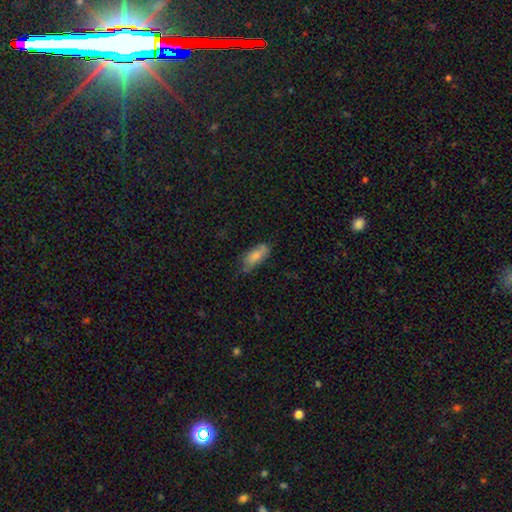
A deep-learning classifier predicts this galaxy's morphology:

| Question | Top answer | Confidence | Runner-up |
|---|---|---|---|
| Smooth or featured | smooth | 74% | featured or disk (19%) |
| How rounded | in between | 83% | cigar-shaped (15%) |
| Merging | none | 55% | minor disturbance (33%) |